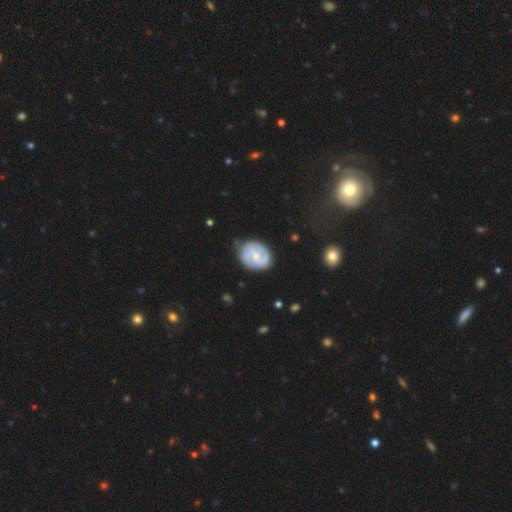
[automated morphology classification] smooth_or_featured: featured or disk (p=0.80) [alt: smooth p=0.16]
disk_edge_on: no (p=0.98) [alt: yes p=0.02]
bar: weak (p=0.52) [alt: no p=0.36]
has_spiral_arms: yes (p=0.95) [alt: no p=0.05]
spiral_winding: medium (p=0.44) [alt: tight p=0.42]
spiral_arm_count: 2 (p=0.72) [alt: can't tell p=0.11]
bulge_size: small (p=0.57) [alt: moderate p=0.36]
merging: none (p=0.70) [alt: minor disturbance p=0.22]